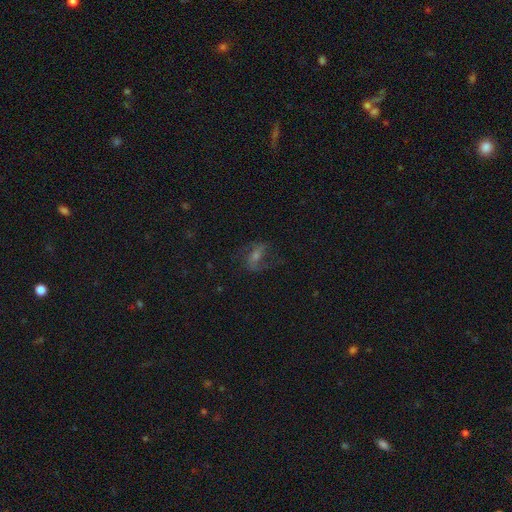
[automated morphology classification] Overall: featured or disk (62%). Edge-on disk: no (94%). Bar: weak (42%; no 32%). Spiral arms: yes (87%). Spiral arm count: 2 (81%). Spiral winding: loose (42%, tied with medium). Bulge size: moderate (44%; small 42%). Merging: none (69%).